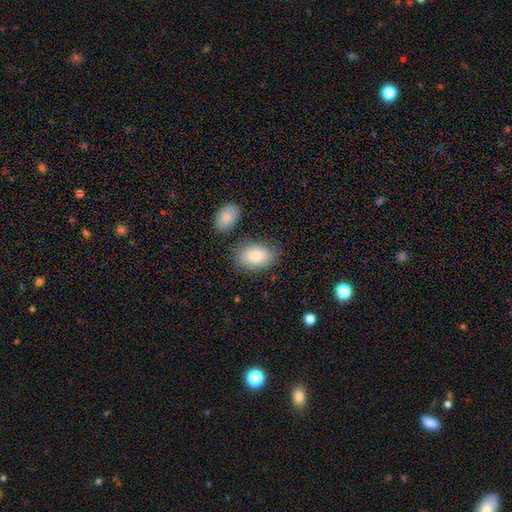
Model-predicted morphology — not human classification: Smooth or featured?
  - smooth: 83% *
  - featured or disk: 10%
  - star or artifact: 7%
How rounded?
  - in between: 89% *
  - round: 10%
  - cigar-shaped: 1%
Merging?
  - none: 76% *
  - minor disturbance: 15%
  - merger: 6%
  - major disturbance: 4%